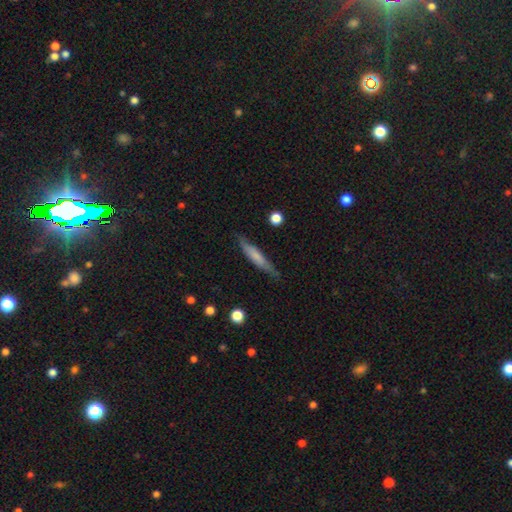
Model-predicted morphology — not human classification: smooth 59%, featured or disk 35%, star or artifact 6%. Down the decision tree: how rounded — cigar-shaped (87%); merging — none (75%).